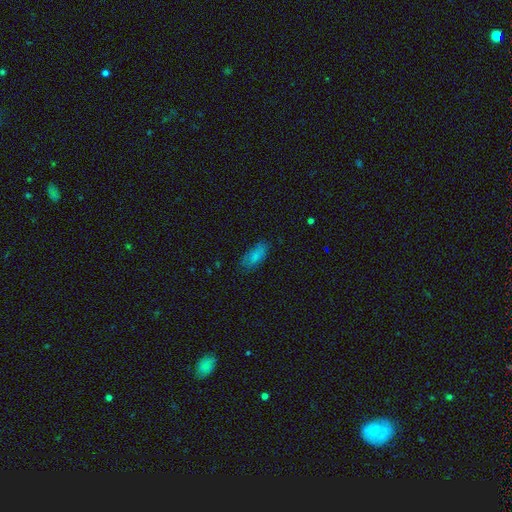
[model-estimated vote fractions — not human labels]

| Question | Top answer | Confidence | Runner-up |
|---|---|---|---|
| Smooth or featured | smooth | 82% | featured or disk (10%) |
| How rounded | in between | 86% | cigar-shaped (12%) |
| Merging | none | 76% | minor disturbance (18%) |